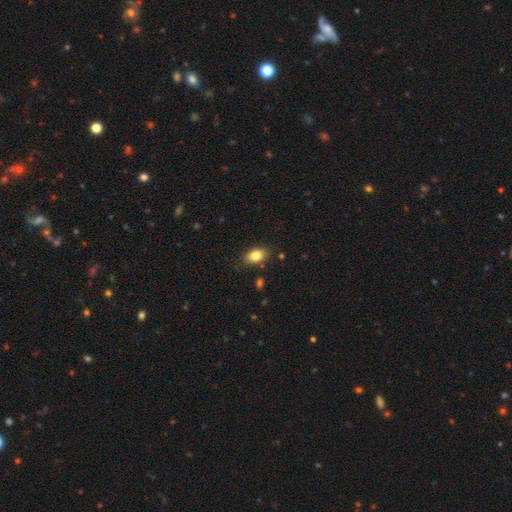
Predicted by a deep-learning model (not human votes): This appears to be a smooth galaxy with no disk features (83%) that is in between round and cigar-shaped (88%). Merging: none (84%).